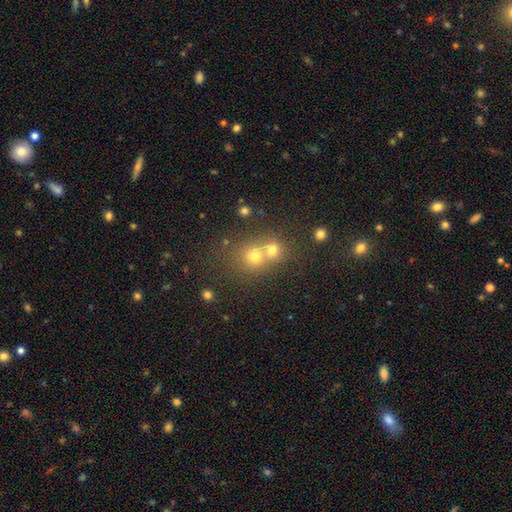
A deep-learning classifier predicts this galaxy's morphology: The model was most divided on "merging": merger: 54%, none: 38%, minor disturbance: 5%, major disturbance: 2%. More confident: how rounded — round (81%); smooth or featured — smooth (66%).